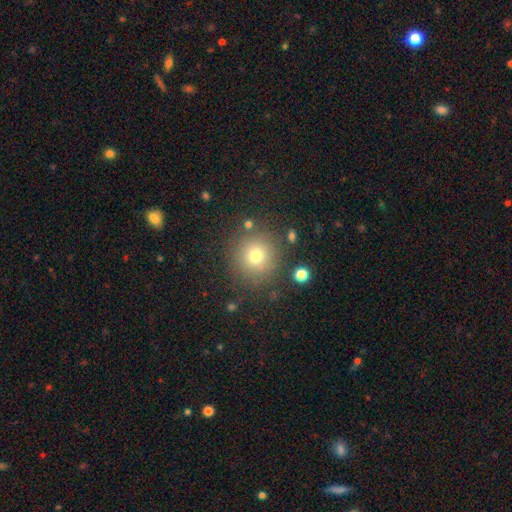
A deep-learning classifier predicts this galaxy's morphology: smooth-or-featured: smooth: 73% | star or artifact: 16% | featured or disk: 11%
  how-rounded: round: 94% | in between: 5% | cigar-shaped: 1%
  merging: none: 84% | minor disturbance: 9% | major disturbance: 4% | merger: 3%